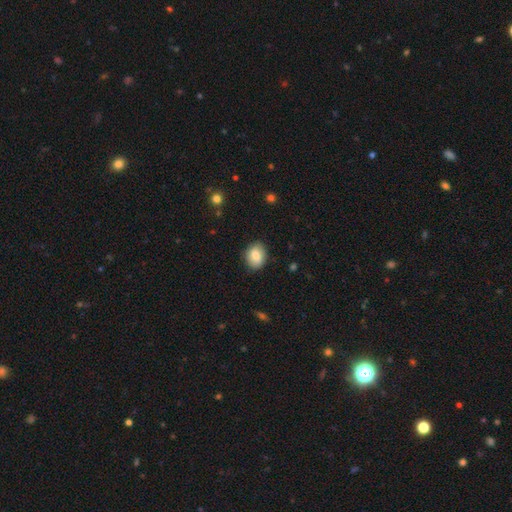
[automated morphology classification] smooth-or-featured: smooth: 82% | featured or disk: 10% | star or artifact: 7%
  how-rounded: in between: 60% | round: 39% | cigar-shaped: 1%
  merging: none: 85% | minor disturbance: 12% | major disturbance: 2% | merger: 1%